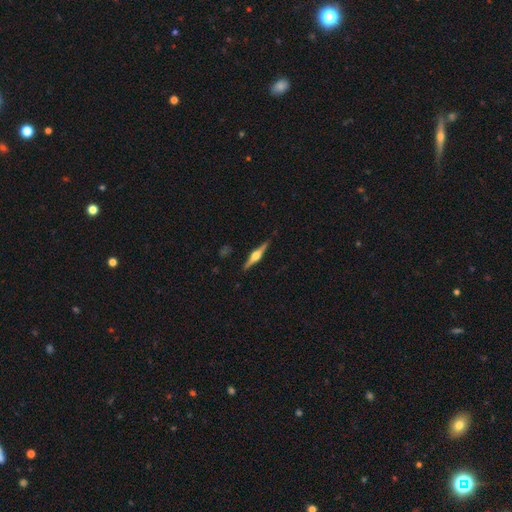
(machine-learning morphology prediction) smooth_or_featured: featured or disk (p=0.79) [alt: smooth p=0.16]
disk_edge_on: yes (p=0.98) [alt: no p=0.02]
edge_on_bulge: rounded (p=0.93) [alt: boxy p=0.05]
merging: none (p=0.90) [alt: minor disturbance p=0.07]